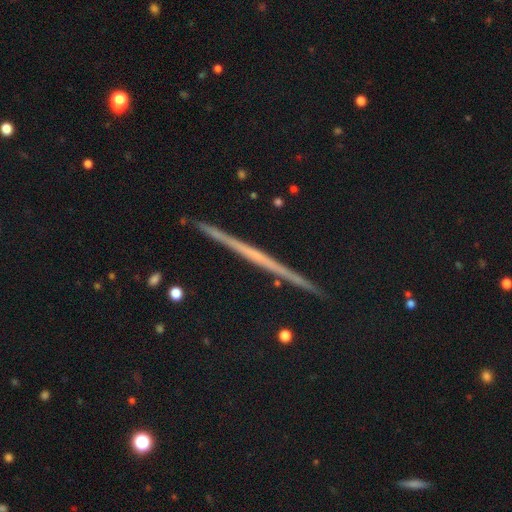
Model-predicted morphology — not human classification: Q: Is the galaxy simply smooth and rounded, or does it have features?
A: featured or disk — 73%.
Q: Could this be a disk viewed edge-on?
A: yes — 98%.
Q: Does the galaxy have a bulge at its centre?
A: none — 87%.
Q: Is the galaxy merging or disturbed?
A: none — 93%.